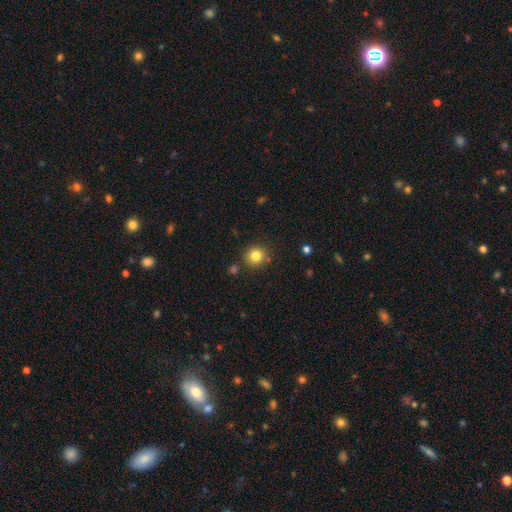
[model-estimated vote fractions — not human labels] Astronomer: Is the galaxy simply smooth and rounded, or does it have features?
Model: smooth — 82%.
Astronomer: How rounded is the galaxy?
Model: round — 90%.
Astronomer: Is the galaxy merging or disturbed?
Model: none — 85%.